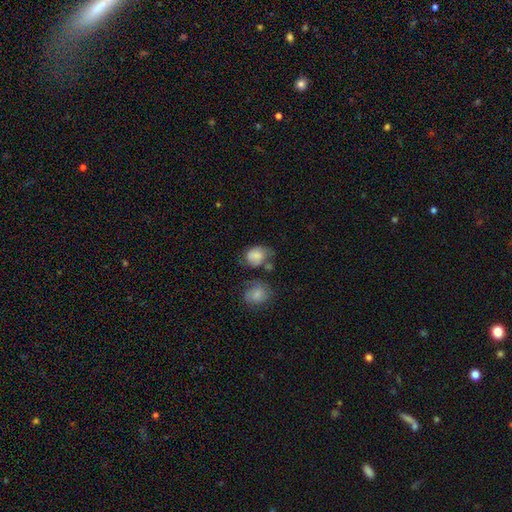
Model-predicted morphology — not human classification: A smooth galaxy with no disk features (71%) that is in between round and cigar-shaped (58%). Merging: none (40%).